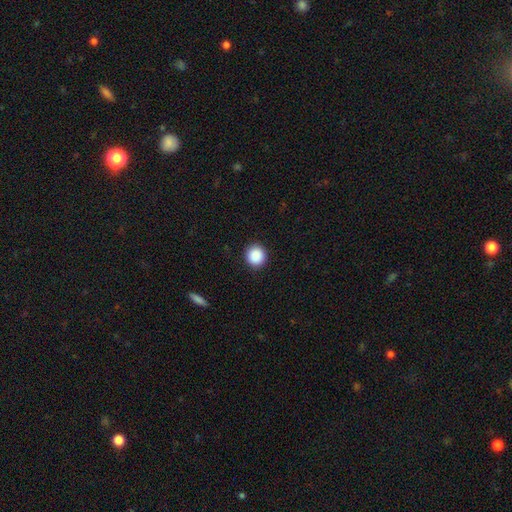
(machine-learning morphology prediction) smooth_or_featured: smooth (p=0.88) [alt: star or artifact p=0.09]
how_rounded: round (p=0.94) [alt: in between p=0.06]
merging: none (p=0.92) [alt: minor disturbance p=0.05]